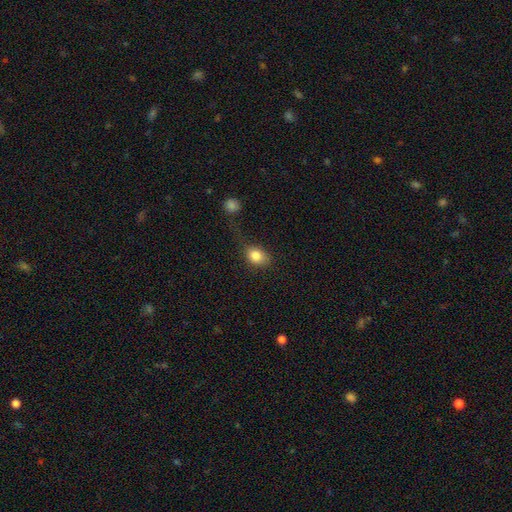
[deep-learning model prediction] Smooth or featured? Predicted: smooth (p=0.84). How rounded? Predicted: in between (p=0.60). Merging? Predicted: none (p=0.54).